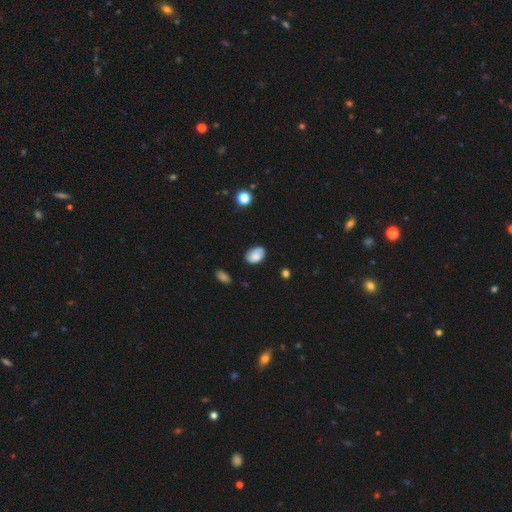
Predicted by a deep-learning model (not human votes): smooth 80%, featured or disk 12%, star or artifact 8%. Down the decision tree: how rounded — in between (85%); merging — none (74%).